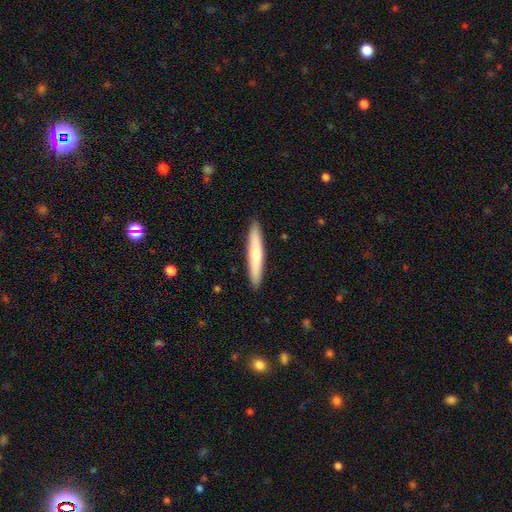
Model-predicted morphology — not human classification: Q: Smooth or featured?
A: smooth (64%); runner-up: featured or disk (31%)
Q: How rounded?
A: cigar-shaped (93%); runner-up: in between (5%)
Q: Merging?
A: none (91%); runner-up: minor disturbance (6%)